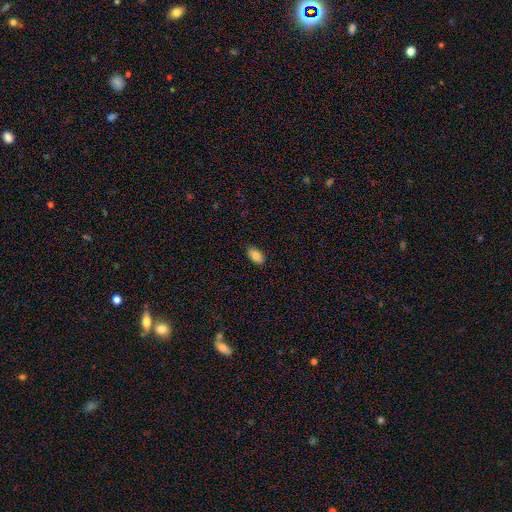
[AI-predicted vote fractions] Smooth or featured? smooth (83%)
How rounded? in between (93%)
Merging? none (88%)